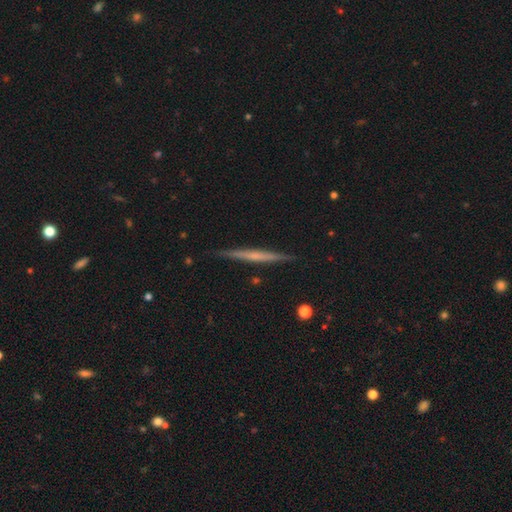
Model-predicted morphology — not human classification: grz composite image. It shows a featured or disk galaxy (59%) viewed edge-on (98%) with no central bulge (72%). Merging: none (90%).